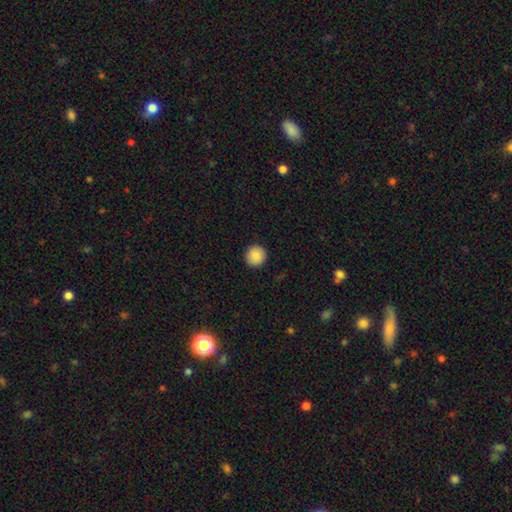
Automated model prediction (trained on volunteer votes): smooth_or_featured: smooth (p=0.87) [alt: star or artifact p=0.08]
how_rounded: round (p=0.94) [alt: in between p=0.05]
merging: none (p=0.93) [alt: minor disturbance p=0.05]